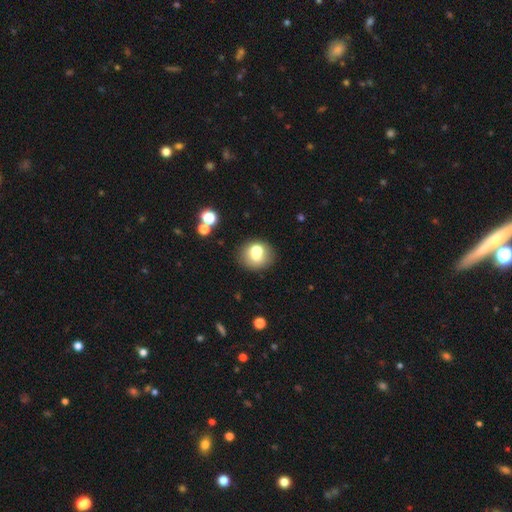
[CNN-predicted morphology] This is likely a smooth galaxy (68%). How rounded: likely round (77%). Merging: likely none (62%).